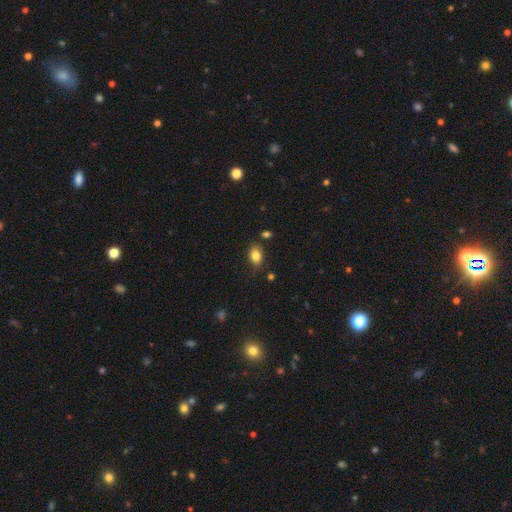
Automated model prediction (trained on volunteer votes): Smooth or featured?
  - smooth: 84% *
  - star or artifact: 9%
  - featured or disk: 7%
How rounded?
  - in between: 82% *
  - round: 17%
  - cigar-shaped: 1%
Merging?
  - none: 77% *
  - minor disturbance: 16%
  - major disturbance: 4%
  - merger: 4%